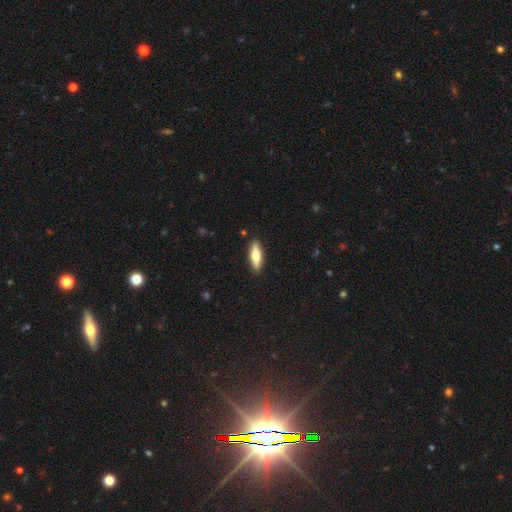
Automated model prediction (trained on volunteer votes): Morphology: type=smooth (64%); roundness=cigar-shaped (56%); merging=none (90%).